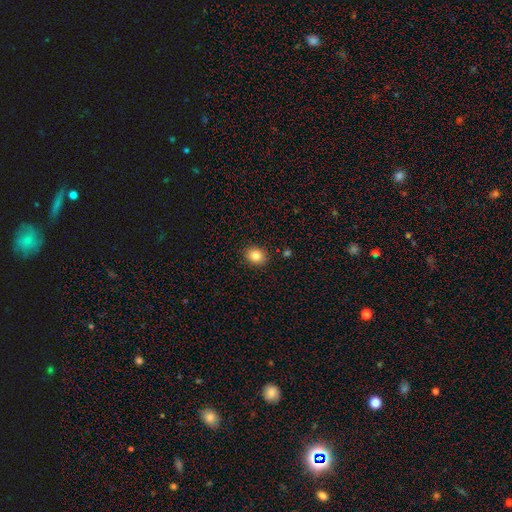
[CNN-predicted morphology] The model was most divided on "how rounded": round: 70%, in between: 29%, cigar-shaped: 1%. More confident: merging — none (89%); smooth or featured — smooth (85%).